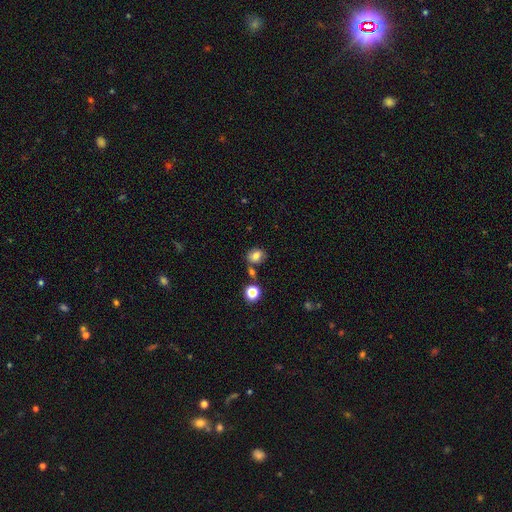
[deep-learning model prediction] This appears to be a smooth galaxy with no disk features (77%) that is round (50%). Merging: none (64%).